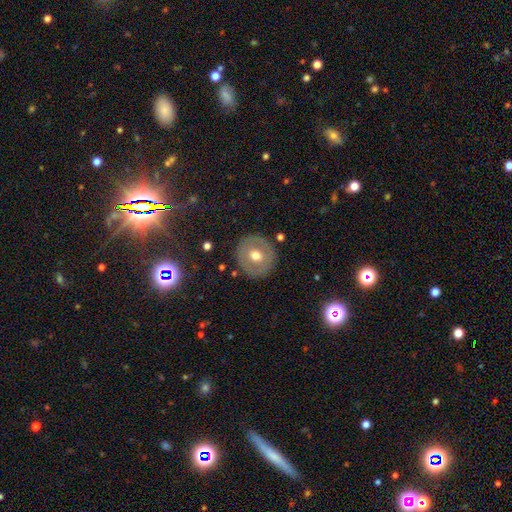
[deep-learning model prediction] This appears to be a smooth galaxy with no disk features (54%) that is round (89%). Merging: none (87%).